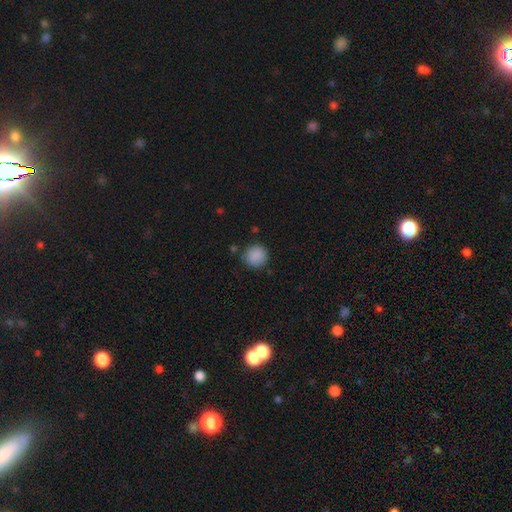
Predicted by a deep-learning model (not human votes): Smooth or featured?
  - smooth: 89% *
  - star or artifact: 8%
  - featured or disk: 3%
How rounded?
  - round: 91% *
  - in between: 8%
  - cigar-shaped: 1%
Merging?
  - none: 85% *
  - minor disturbance: 10%
  - major disturbance: 3%
  - merger: 2%